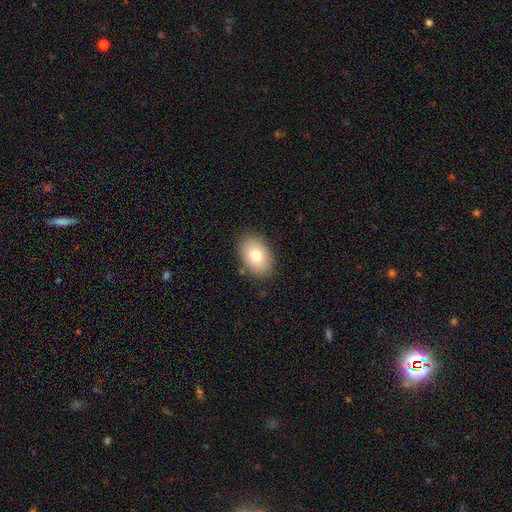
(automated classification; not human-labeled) A smooth galaxy with no disk features (78%) that is in between round and cigar-shaped (85%).

Vote fractions:
- Smooth or featured? smooth: 78% / featured or disk: 14% / star or artifact: 8%
- How rounded? in between: 85% / round: 14% / cigar-shaped: 1%
- Merging? none: 86% / minor disturbance: 10% / major disturbance: 3% / merger: 1%